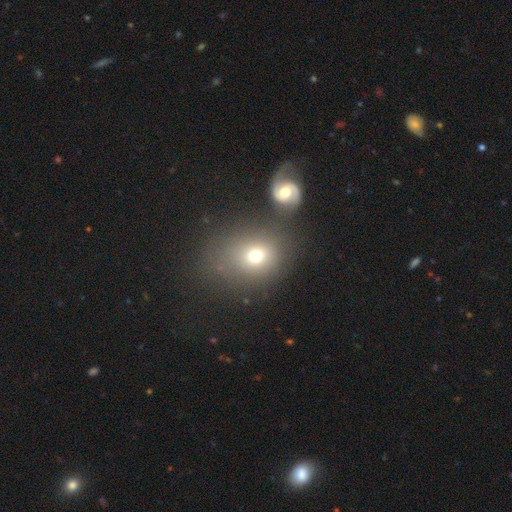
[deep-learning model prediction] Smooth or featured? smooth (70%)
How rounded? round (61%)
Merging? none (63%)